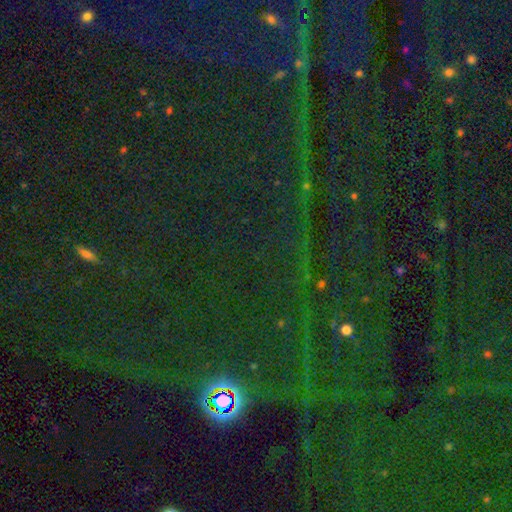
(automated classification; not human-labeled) Smooth or featured? star or artifact (83%)